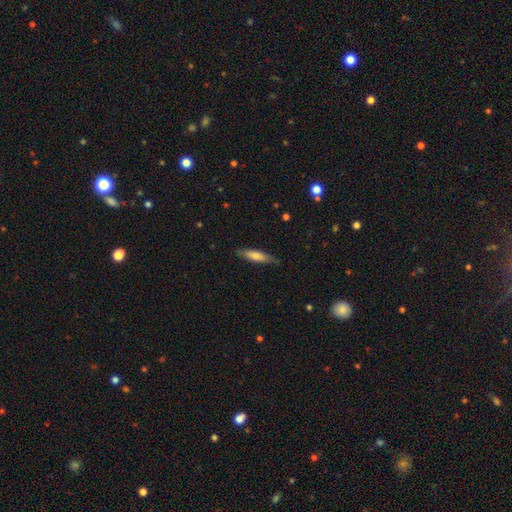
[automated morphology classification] Overall: smooth (62%; featured or disk 32%). How rounded: cigar-shaped (78%). Merging: none (83%).